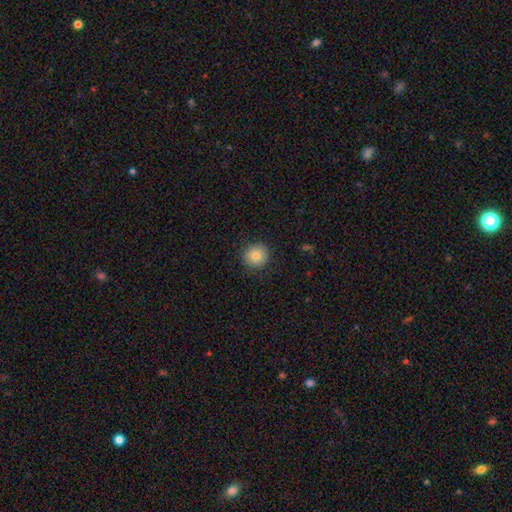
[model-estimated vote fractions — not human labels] Q: Smooth or featured?
A: smooth (82%); runner-up: star or artifact (10%)
Q: How rounded?
A: round (93%); runner-up: in between (6%)
Q: Merging?
A: none (90%); runner-up: minor disturbance (7%)